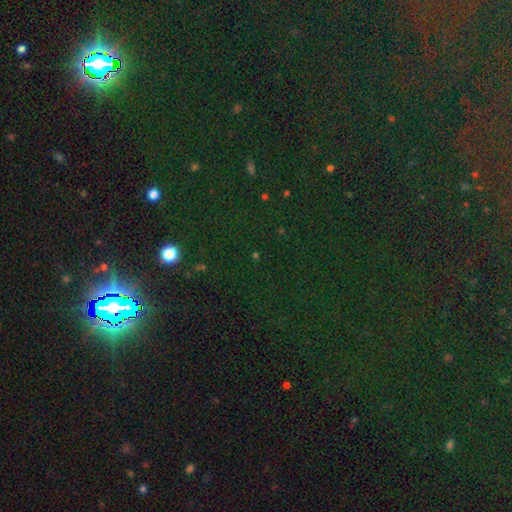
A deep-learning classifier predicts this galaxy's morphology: Smooth or featured: star or artifact — 70% (smooth — 23%)